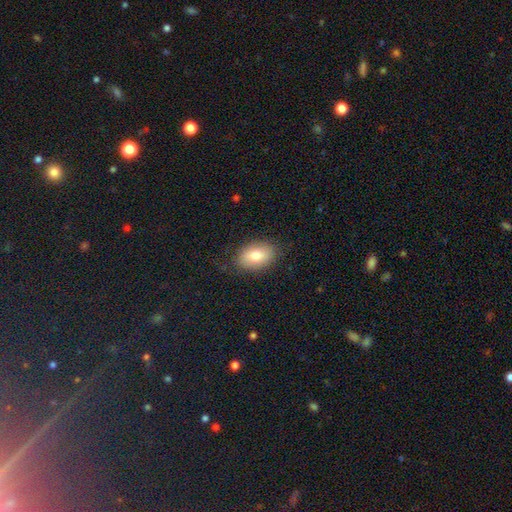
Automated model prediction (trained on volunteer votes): Smooth or featured? Predicted: smooth (p=0.79). How rounded? Predicted: in between (p=0.90). Merging? Predicted: none (p=0.82).